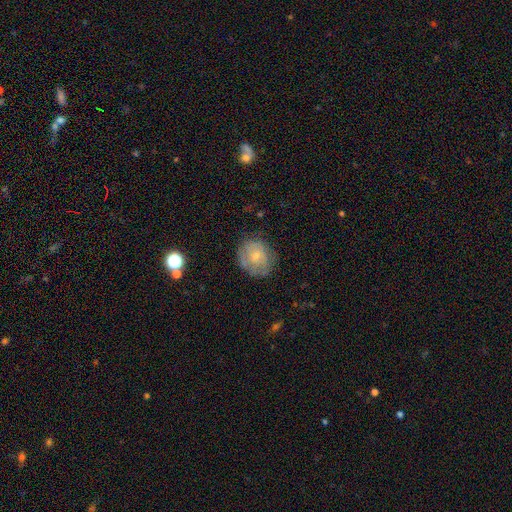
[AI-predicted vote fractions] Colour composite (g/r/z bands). It shows a smooth galaxy with no disk features (57%) that is round (69%). Merging: none (68%).